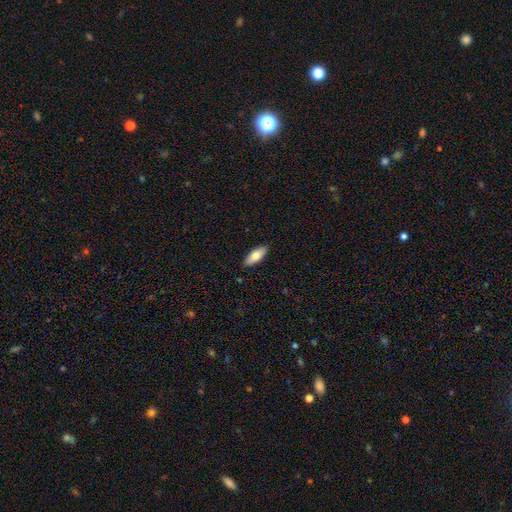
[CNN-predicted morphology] smooth-or-featured: smooth: 76% | featured or disk: 18% | star or artifact: 6%
  how-rounded: in between: 78% | cigar-shaped: 20% | round: 2%
  merging: none: 89% | minor disturbance: 8% | major disturbance: 2% | merger: 1%